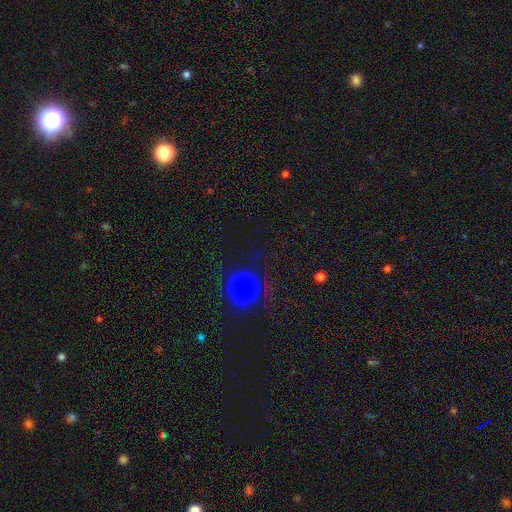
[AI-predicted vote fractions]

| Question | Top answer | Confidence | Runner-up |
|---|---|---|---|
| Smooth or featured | smooth | 56% | star or artifact (36%) |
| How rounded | round | 86% | in between (12%) |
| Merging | none | 78% | minor disturbance (11%) |